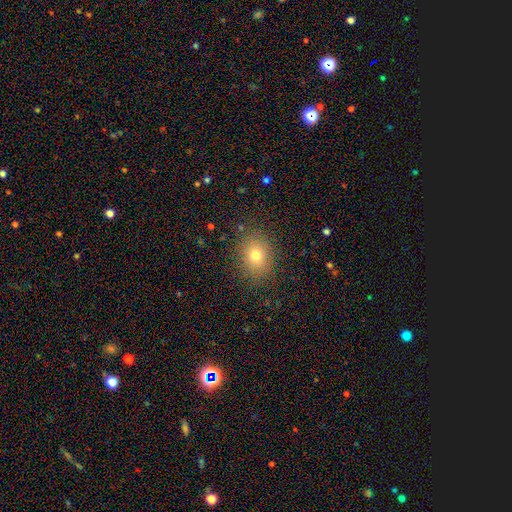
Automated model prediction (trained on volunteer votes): This is likely a smooth galaxy (75%). How rounded: possibly in between (52%). Merging: clearly none (85%).